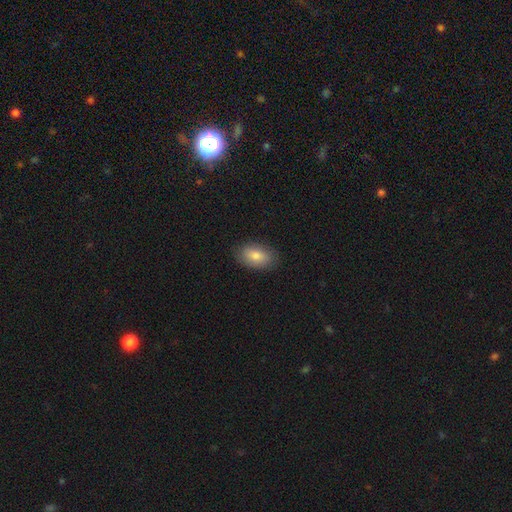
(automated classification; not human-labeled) This is likely a smooth galaxy (78%). How rounded: clearly in between (91%). Merging: clearly none (85%).